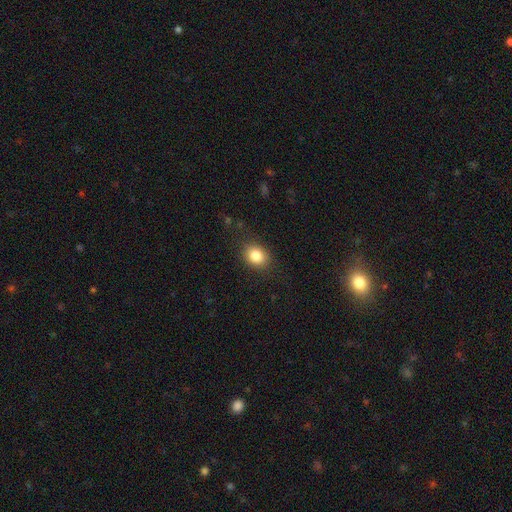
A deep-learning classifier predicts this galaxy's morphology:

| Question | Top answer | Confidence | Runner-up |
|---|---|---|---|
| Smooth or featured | smooth | 84% | star or artifact (10%) |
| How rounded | round | 51% | in between (48%) |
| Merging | none | 85% | minor disturbance (11%) |